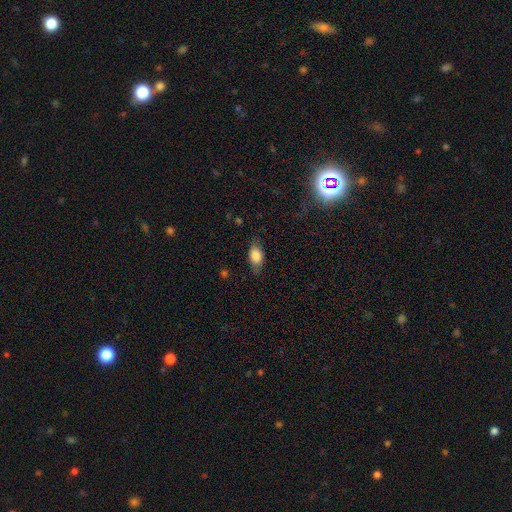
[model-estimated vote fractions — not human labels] A smooth galaxy with no disk features (82%) that is in between round and cigar-shaped (86%). Merging: none (74%).